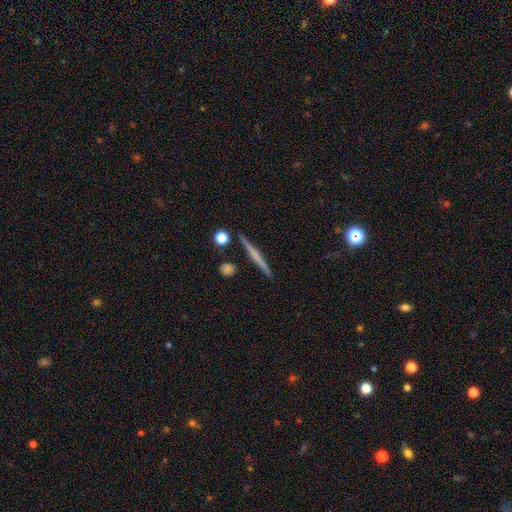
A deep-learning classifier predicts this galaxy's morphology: smooth-or-featured: featured or disk: 56% | smooth: 37% | star or artifact: 7%
  disk-edge-on: yes: 97% | no: 3%
    edge-on-bulge: none: 65% | rounded: 25% | boxy: 10%
  merging: none: 89% | minor disturbance: 6% | merger: 3% | major disturbance: 2%